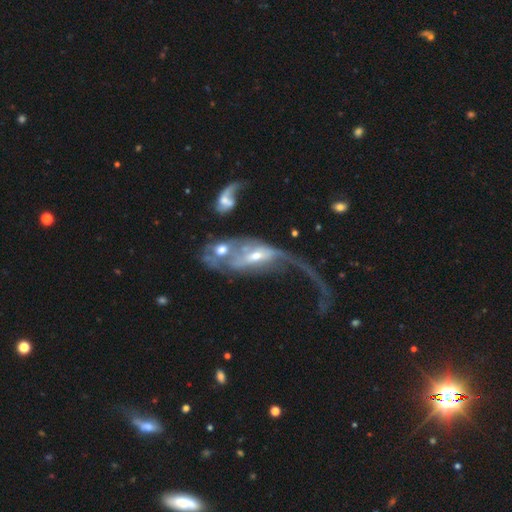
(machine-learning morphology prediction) Smooth or featured? Predicted: featured or disk (p=0.76). Edge-on disk? Predicted: no (p=0.89). Bar? Predicted: no (p=0.37, tied with weak). Spiral arms? Predicted: yes (p=0.73). Spiral winding? Predicted: loose (p=0.76). Spiral arm count? Predicted: 1 (p=0.38). Bulge size? Predicted: small (p=0.47). Merging? Predicted: merger (p=0.49).